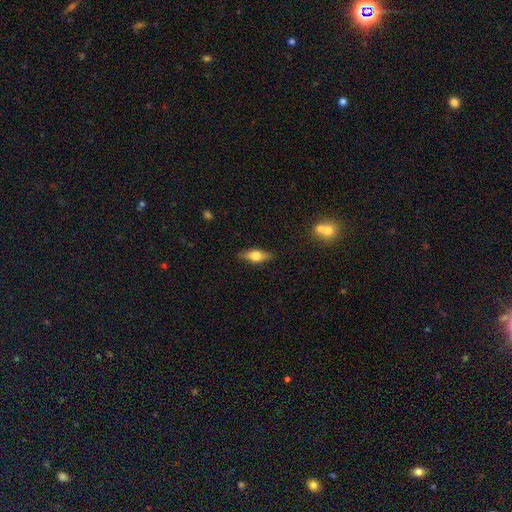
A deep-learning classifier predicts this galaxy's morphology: Smooth or featured: featured or disk — 50% (smooth — 43%)
Merging: none — 87% (minor disturbance — 10%)